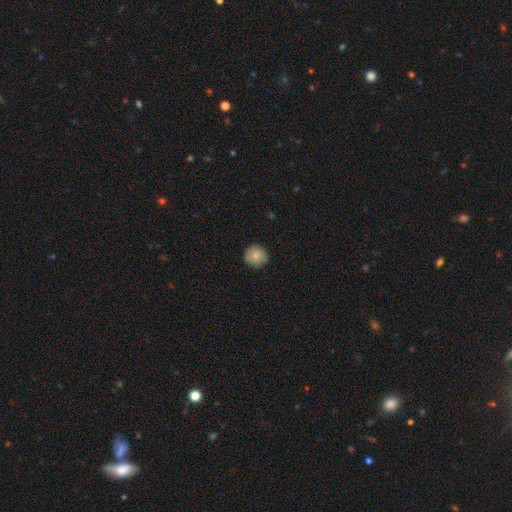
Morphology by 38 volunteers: Overall: smooth (82%). How rounded: round (94%). Merging: none (81%).